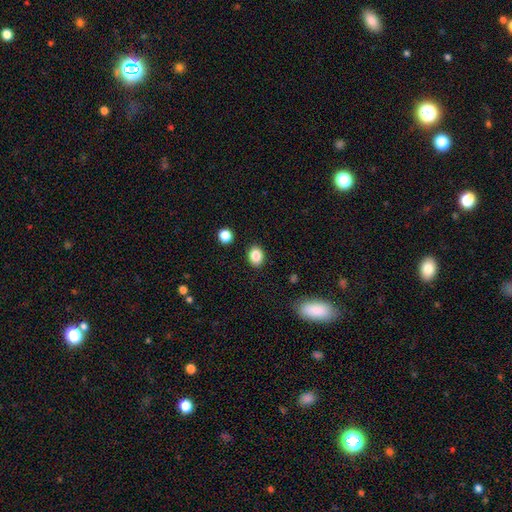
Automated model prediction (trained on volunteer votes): Smooth or featured? smooth (87%)
How rounded? in between (57%)
Merging? none (88%)